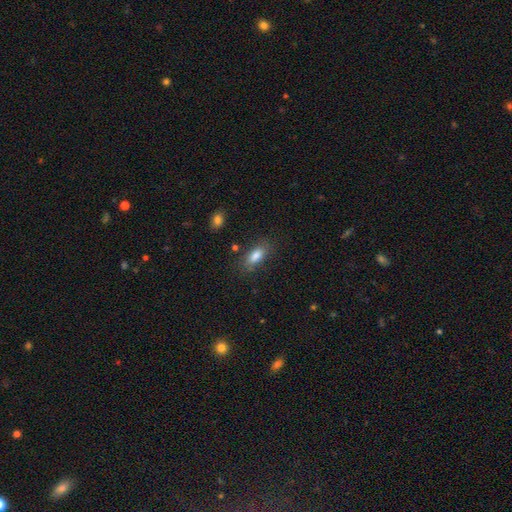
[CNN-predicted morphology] A smooth galaxy with no disk features (82%) that is in between round and cigar-shaped (81%). Merging: none (77%).